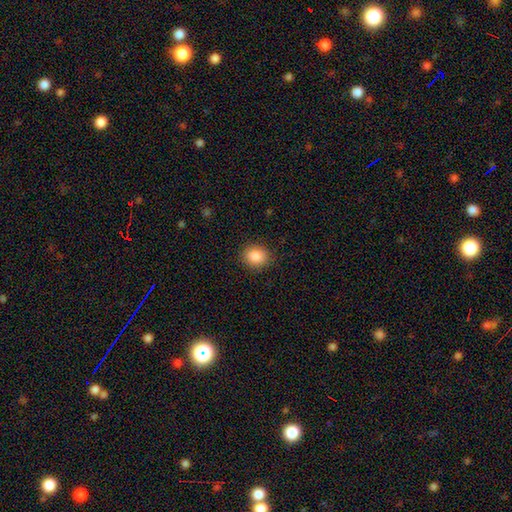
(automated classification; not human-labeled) smooth-or-featured: smooth: 87% | star or artifact: 9% | featured or disk: 4%
  how-rounded: round: 70% | in between: 29% | cigar-shaped: 1%
  merging: none: 89% | minor disturbance: 8% | major disturbance: 3% | merger: 1%